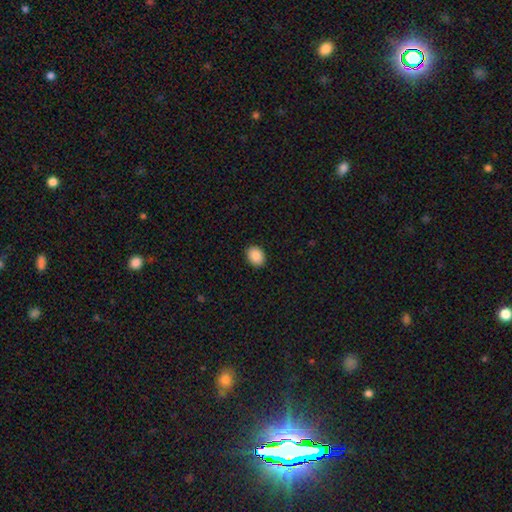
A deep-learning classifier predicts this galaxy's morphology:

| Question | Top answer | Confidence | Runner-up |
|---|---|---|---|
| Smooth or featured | smooth | 90% | star or artifact (7%) |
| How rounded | in between | 64% | round (35%) |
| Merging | none | 91% | minor disturbance (6%) |